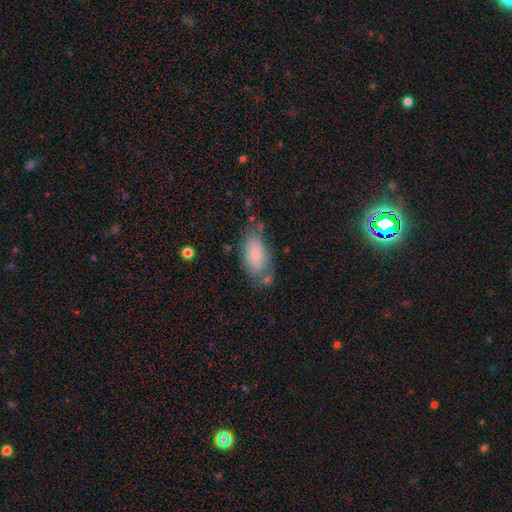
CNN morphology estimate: A smooth galaxy with no disk features (74%) that is in between round and cigar-shaped (92%).

Vote fractions:
- Smooth or featured? smooth: 74% / featured or disk: 19% / star or artifact: 7%
- How rounded? in between: 92% / cigar-shaped: 5% / round: 4%
- Merging? none: 51% / minor disturbance: 28% / major disturbance: 12% / merger: 8%